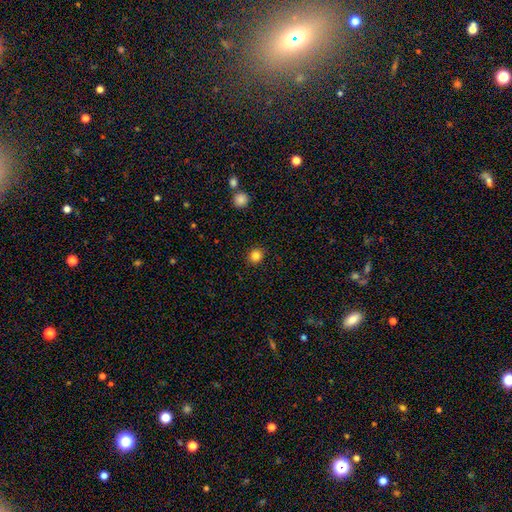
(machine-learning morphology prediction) Smooth or featured: smooth — 84% (star or artifact — 12%)
How rounded: round — 88% (in between — 12%)
Merging: none — 92% (minor disturbance — 6%)